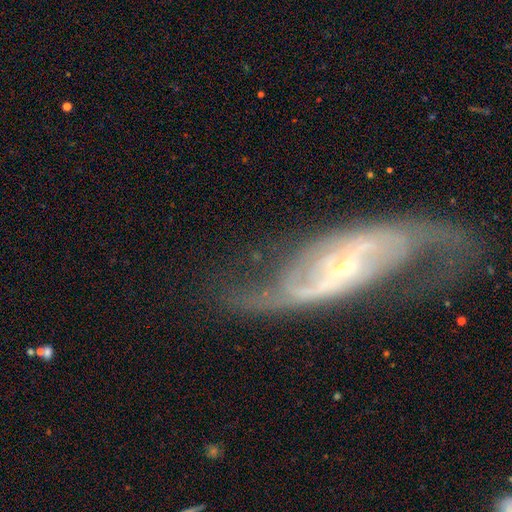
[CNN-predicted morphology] type=featured or disk (86%); edge-on=no (89%); bar=no (38%); spiral arms=yes (92%); winding=loose (40%, tied with medium); arm count=2 (83%); bulge=small (78%); merging=none (65%).